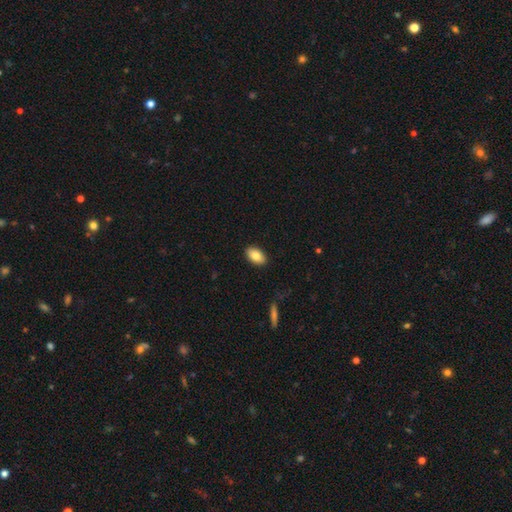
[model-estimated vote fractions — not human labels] A smooth galaxy with no disk features (84%) that is in between round and cigar-shaped (93%). Merging: none (89%).